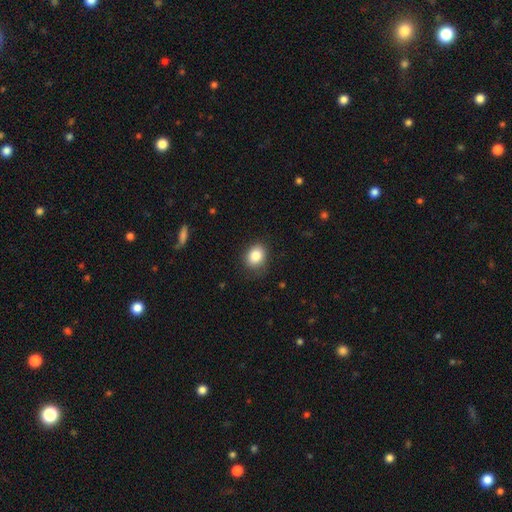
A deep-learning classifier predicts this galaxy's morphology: A smooth galaxy with no disk features (85%) that is in between round and cigar-shaped (50%).

Vote fractions:
- Smooth or featured? smooth: 85% / star or artifact: 9% / featured or disk: 6%
- How rounded? in between: 50% / round: 49% / cigar-shaped: 1%
- Merging? none: 80% / minor disturbance: 15% / major disturbance: 4% / merger: 1%